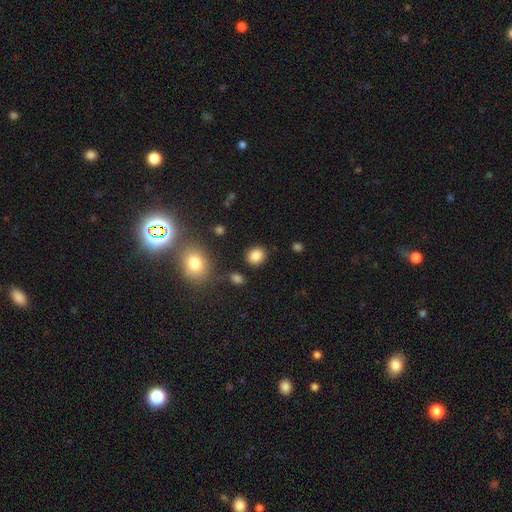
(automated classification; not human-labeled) The model was most divided on "how rounded": round: 73%, in between: 26%, cigar-shaped: 1%. More confident: merging — none (86%); smooth or featured — smooth (86%).